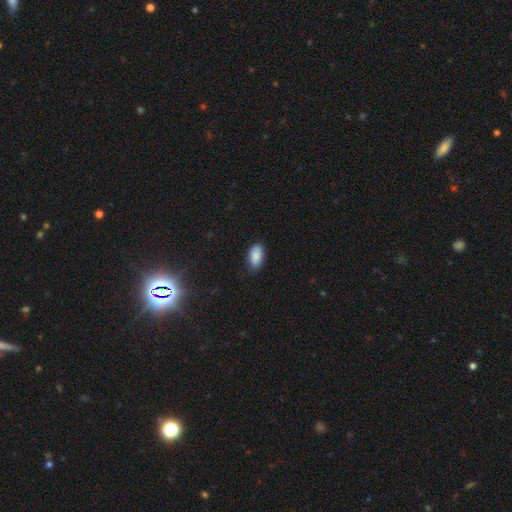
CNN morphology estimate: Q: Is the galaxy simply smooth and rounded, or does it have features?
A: smooth — 87%.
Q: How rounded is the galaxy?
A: in between — 94%.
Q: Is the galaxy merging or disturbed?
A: none — 77%.